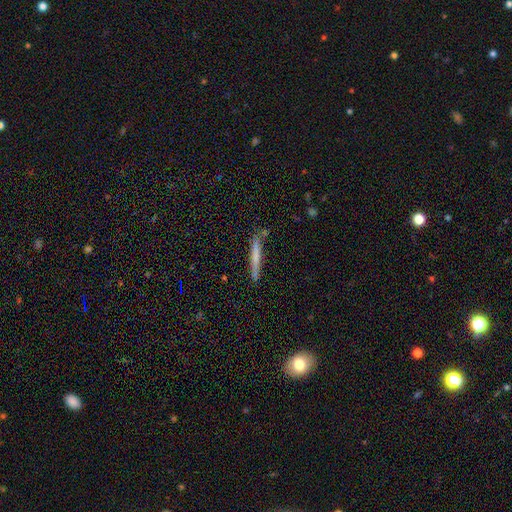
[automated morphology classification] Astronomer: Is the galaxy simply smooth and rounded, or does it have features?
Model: smooth — 61%.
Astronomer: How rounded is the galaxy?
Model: cigar-shaped — 95%.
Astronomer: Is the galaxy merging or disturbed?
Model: none — 82%.